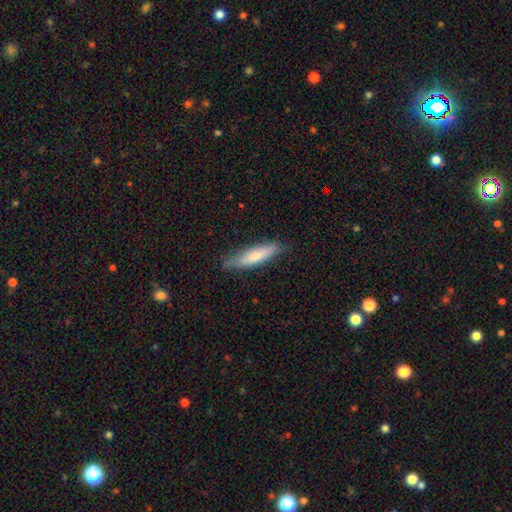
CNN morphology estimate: type=smooth (73%); roundness=cigar-shaped (76%); merging=none (79%).